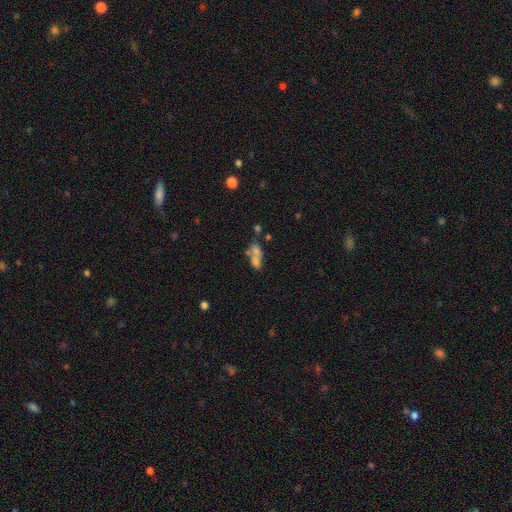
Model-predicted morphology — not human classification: type=smooth (59%); roundness=in between (75%); merging=merger (56%).